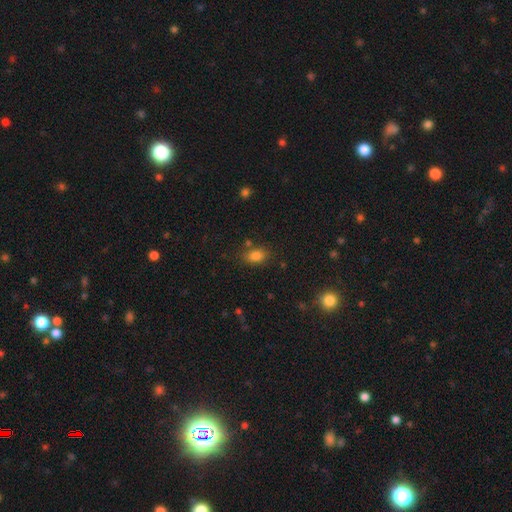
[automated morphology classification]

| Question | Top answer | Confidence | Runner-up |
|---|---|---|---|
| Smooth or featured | smooth | 82% | star or artifact (12%) |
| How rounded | in between | 80% | round (18%) |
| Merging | none | 76% | minor disturbance (13%) |